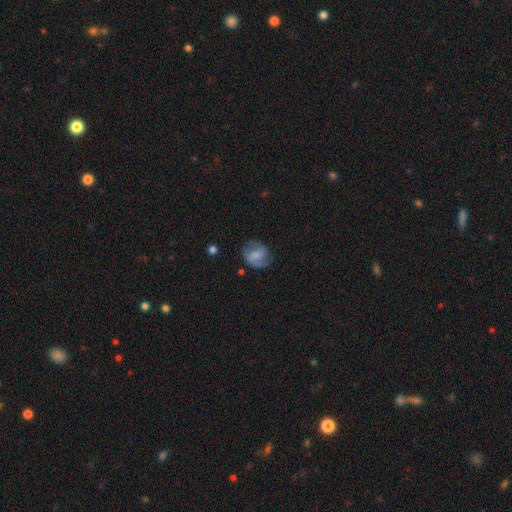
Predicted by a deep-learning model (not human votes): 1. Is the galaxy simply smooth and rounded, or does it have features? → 58% featured or disk, 34% smooth, 8% star or artifact.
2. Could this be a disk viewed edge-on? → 97% no, 3% yes.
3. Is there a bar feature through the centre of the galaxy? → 47% weak, 37% no, 16% strong.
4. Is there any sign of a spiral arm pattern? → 86% yes, 14% no.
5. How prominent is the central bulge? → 43% small, 28% moderate, 23% none, 5% large, 1% dominant.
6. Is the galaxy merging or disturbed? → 63% none, 22% minor disturbance, 13% major disturbance, 2% merger.